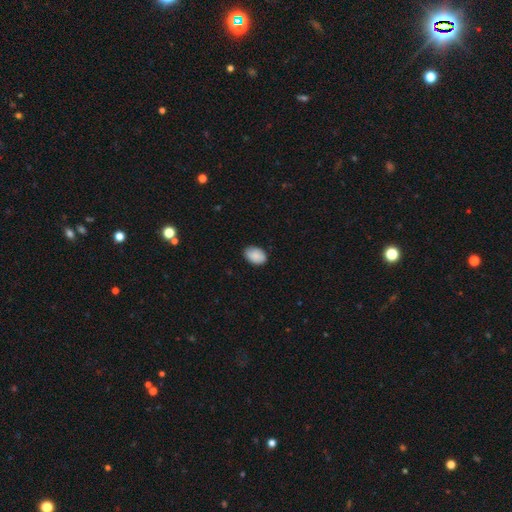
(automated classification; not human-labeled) Smooth or featured?
  - smooth: 89% *
  - star or artifact: 7%
  - featured or disk: 5%
How rounded?
  - in between: 84% *
  - round: 15%
  - cigar-shaped: 1%
Merging?
  - none: 82% *
  - minor disturbance: 14%
  - major disturbance: 2%
  - merger: 1%